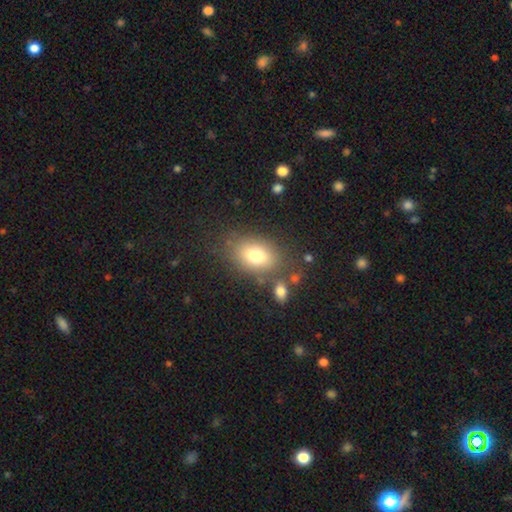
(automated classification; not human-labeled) smooth_or_featured: smooth (p=0.77) [alt: featured or disk p=0.13]
how_rounded: in between (p=0.77) [alt: round p=0.22]
merging: none (p=0.72) [alt: minor disturbance p=0.14]